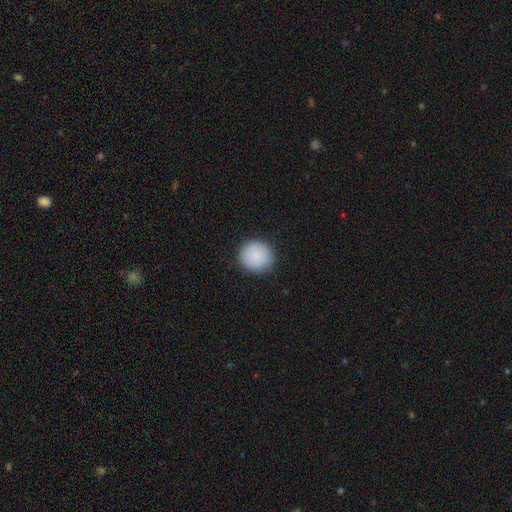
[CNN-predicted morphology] smooth-or-featured: smooth: 87% | star or artifact: 7% | featured or disk: 6%
  how-rounded: round: 88% | in between: 11% | cigar-shaped: 1%
  merging: none: 86% | minor disturbance: 11% | major disturbance: 3% | merger: 1%